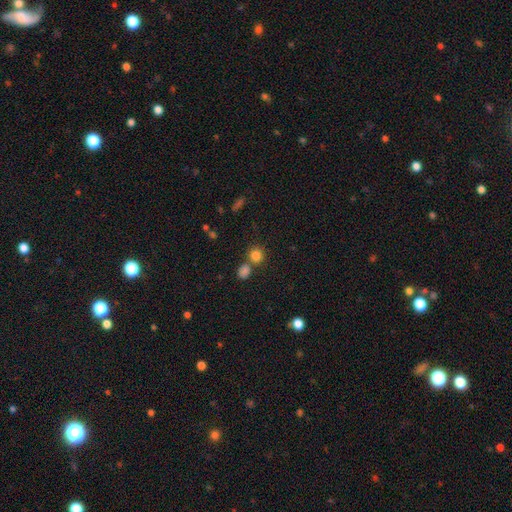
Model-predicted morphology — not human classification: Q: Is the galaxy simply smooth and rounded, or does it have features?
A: smooth — 82%.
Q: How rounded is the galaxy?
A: round — 84%.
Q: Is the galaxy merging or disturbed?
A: none — 62%.